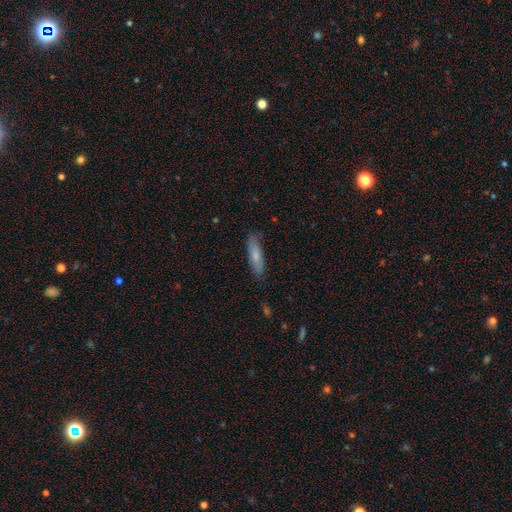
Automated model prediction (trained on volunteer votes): This appears to be a smooth galaxy with no disk features (72%) that is cigar-shaped (66%). Merging: none (82%).